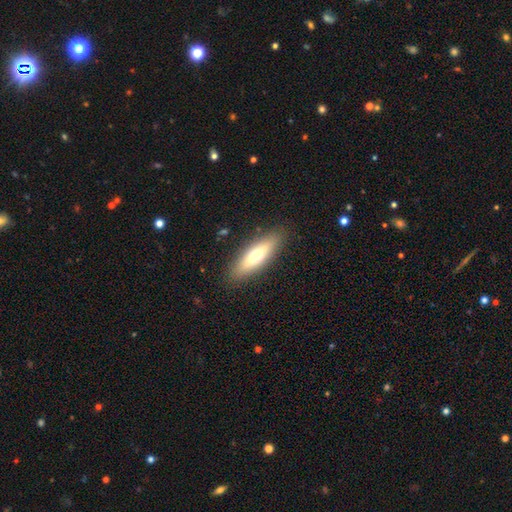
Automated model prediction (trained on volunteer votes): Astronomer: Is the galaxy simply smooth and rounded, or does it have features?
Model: smooth — 61%.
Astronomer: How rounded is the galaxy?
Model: cigar-shaped — 59% (runner-up: in between, 39%).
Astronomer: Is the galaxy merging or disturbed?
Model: none — 88%.